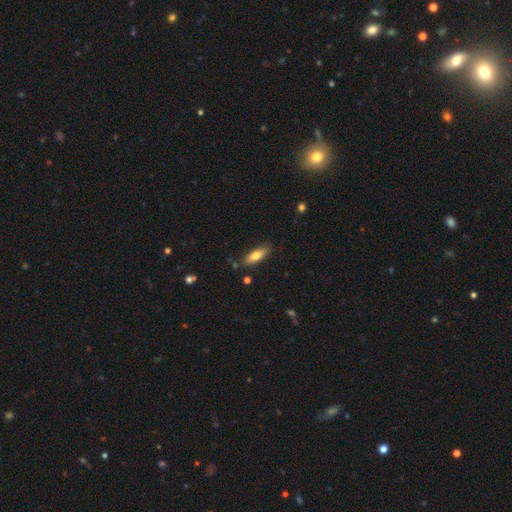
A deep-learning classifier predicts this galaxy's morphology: A smooth galaxy with no disk features (77%) that is in between round and cigar-shaped (63%). Merging: none (83%).